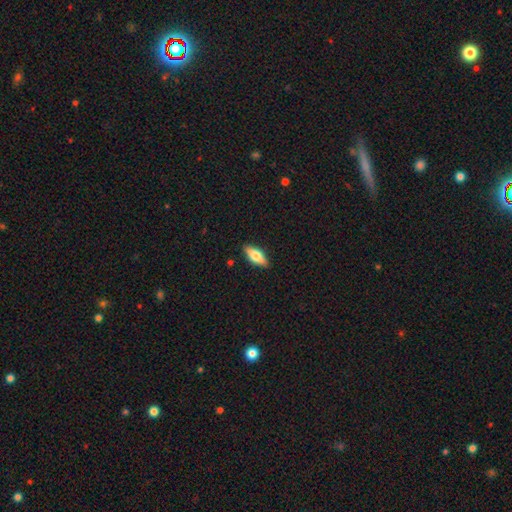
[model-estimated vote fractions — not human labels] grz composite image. It shows a smooth galaxy with no disk features (62%) that is in between round and cigar-shaped (71%). Merging: none (89%).